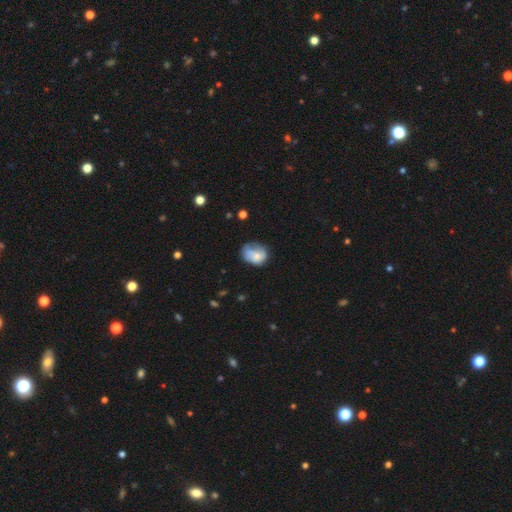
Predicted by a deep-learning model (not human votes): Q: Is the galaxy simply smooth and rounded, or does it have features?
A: smooth — 65%.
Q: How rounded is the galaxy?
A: in between — 56%.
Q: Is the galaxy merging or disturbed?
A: none — 38%.